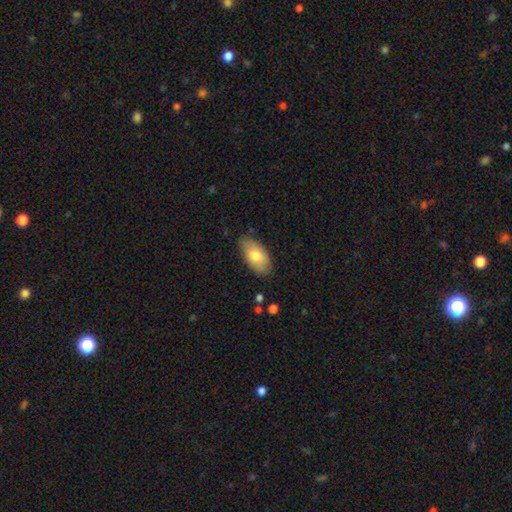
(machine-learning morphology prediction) smooth-or-featured: smooth: 74% | featured or disk: 20% | star or artifact: 6%
  how-rounded: in between: 94% | round: 3% | cigar-shaped: 3%
  merging: none: 76% | minor disturbance: 19% | major disturbance: 3% | merger: 1%